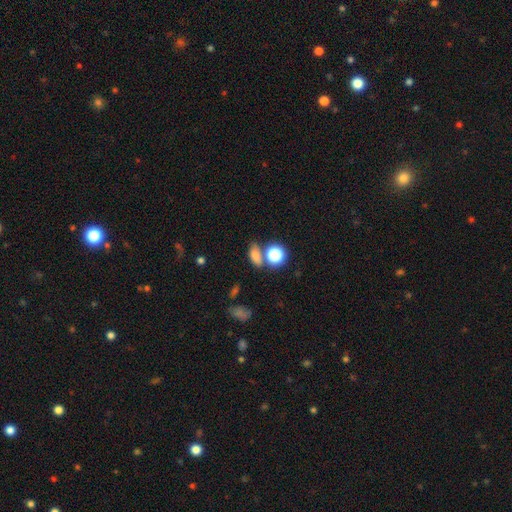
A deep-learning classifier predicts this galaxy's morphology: Smooth or featured: smooth — 73% (star or artifact — 18%)
How rounded: in between — 67% (round — 25%)
Merging: none — 57% (merger — 23%)